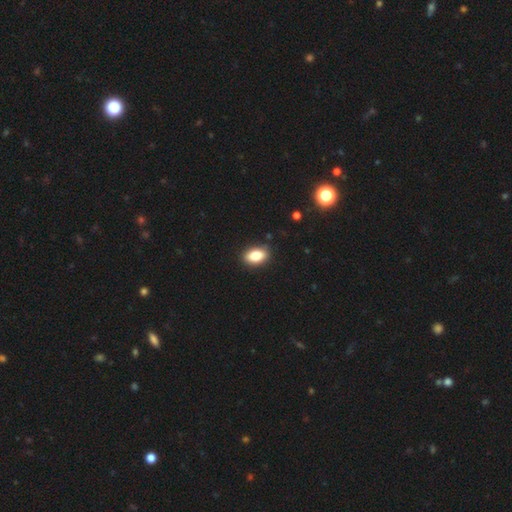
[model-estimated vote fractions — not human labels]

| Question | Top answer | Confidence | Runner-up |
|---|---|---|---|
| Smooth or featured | smooth | 83% | featured or disk (9%) |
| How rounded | in between | 89% | round (9%) |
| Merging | none | 88% | minor disturbance (9%) |